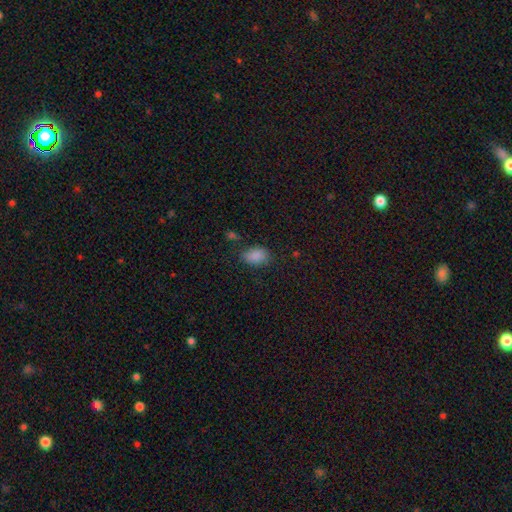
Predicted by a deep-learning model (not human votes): Smooth or featured?
  - smooth: 87% *
  - star or artifact: 9%
  - featured or disk: 4%
How rounded?
  - in between: 85% *
  - round: 13%
  - cigar-shaped: 1%
Merging?
  - none: 74% *
  - minor disturbance: 18%
  - major disturbance: 5%
  - merger: 3%